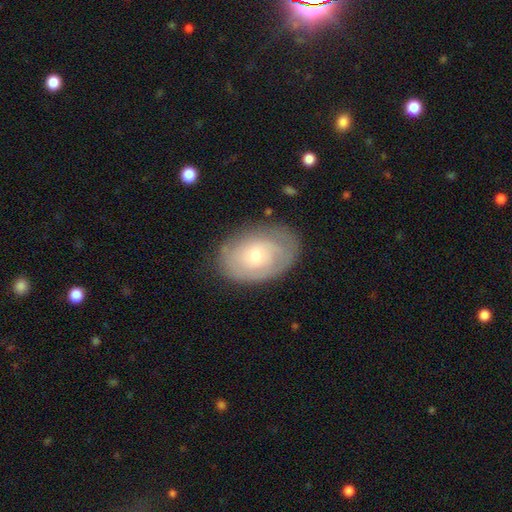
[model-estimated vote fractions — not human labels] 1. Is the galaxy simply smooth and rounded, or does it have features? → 55% featured or disk, 39% smooth, 7% star or artifact.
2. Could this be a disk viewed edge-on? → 94% no, 6% yes.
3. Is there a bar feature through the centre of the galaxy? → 79% no, 18% weak, 3% strong.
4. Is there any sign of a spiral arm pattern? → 69% yes, 31% no.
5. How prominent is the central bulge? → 58% small, 37% moderate, 3% large, 1% none, 1% dominant.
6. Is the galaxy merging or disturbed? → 75% none, 18% minor disturbance, 6% major disturbance, 1% merger.